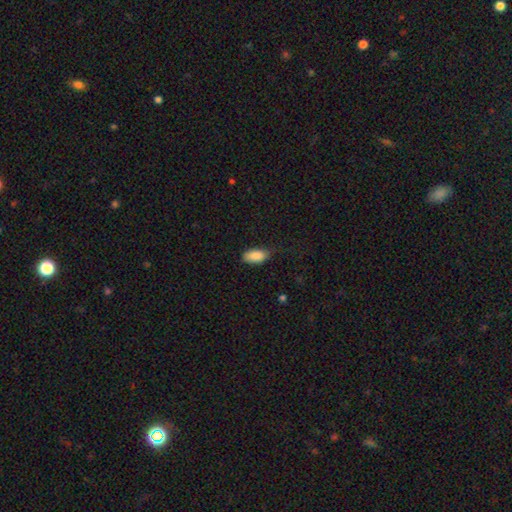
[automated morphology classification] smooth-or-featured: smooth: 87% | star or artifact: 7% | featured or disk: 6%
  how-rounded: in between: 92% | cigar-shaped: 6% | round: 3%
  merging: none: 64% | minor disturbance: 29% | major disturbance: 6% | merger: 1%